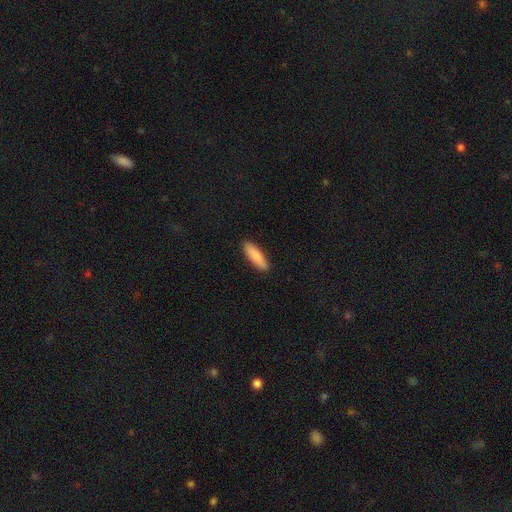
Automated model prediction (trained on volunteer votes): Smooth or featured: smooth — 88% (featured or disk — 7%)
How rounded: cigar-shaped — 58% (in between — 40%)
Merging: none — 90% (minor disturbance — 7%)